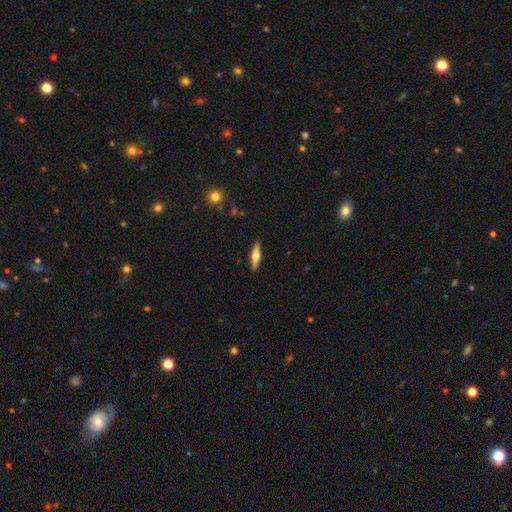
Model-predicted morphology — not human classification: This appears to be a featured or disk galaxy (49%). Merging: none (90%).